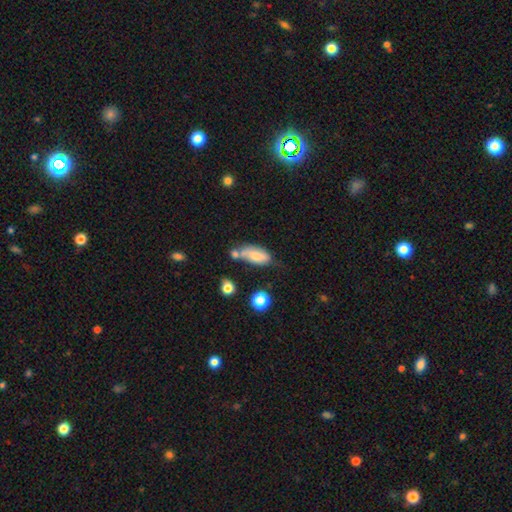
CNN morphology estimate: The model was most divided on "merging": none: 42%, minor disturbance: 25%, merger: 24%, major disturbance: 9%. More confident: how rounded — in between (86%); smooth or featured — smooth (74%).